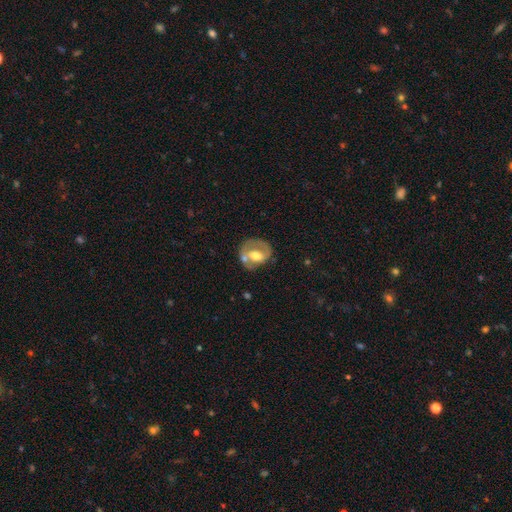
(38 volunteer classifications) A featured or disk galaxy (61%) with no bar (59%), no spiral arms (59%) and a moderate central bulge (59%).

Vote fractions:
- Smooth or featured? featured or disk: 61% / smooth: 37% / star or artifact: 3%
- Edge-on disk? no: 96% / yes: 4%
- Bar? no: 59% / weak: 36% / strong: 5%
- Spiral arms? no: 59% / yes: 41%
- Bulge size? moderate: 59% / small: 27% / large: 14% / dominant: 0% / none: 0%
- Merging? none: 35% / major disturbance: 32% / minor disturbance: 22% / merger: 11%